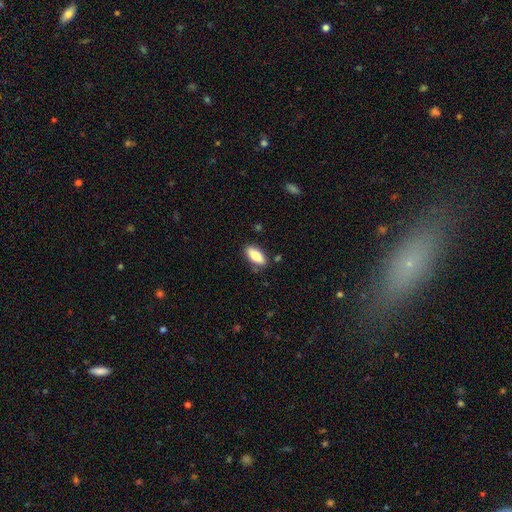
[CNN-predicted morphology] This appears to be a smooth galaxy with no disk features (79%) that is in between round and cigar-shaped (83%). Merging: none (84%).